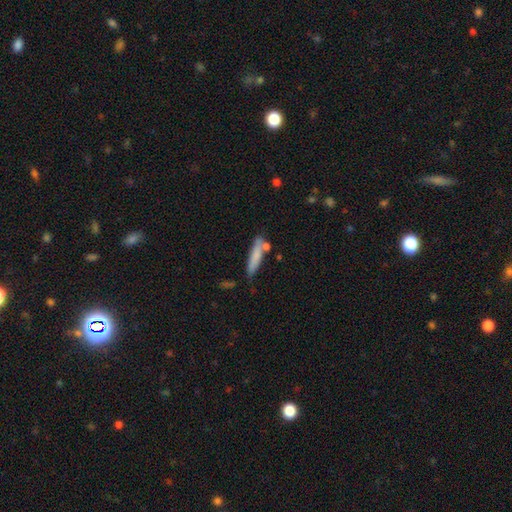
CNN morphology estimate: smooth_or_featured: smooth (p=0.76) [alt: featured or disk p=0.17]
how_rounded: cigar-shaped (p=0.82) [alt: in between p=0.17]
merging: none (p=0.64) [alt: minor disturbance p=0.20]